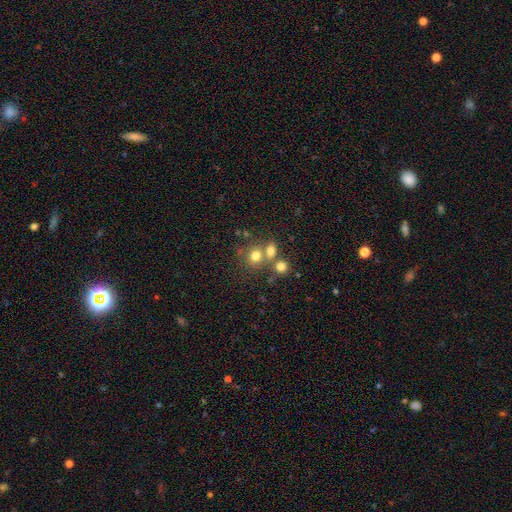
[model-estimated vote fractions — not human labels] Smooth or featured?
  - smooth: 73% *
  - star or artifact: 15%
  - featured or disk: 12%
How rounded?
  - round: 77% *
  - in between: 22%
  - cigar-shaped: 1%
Merging?
  - none: 52% *
  - merger: 35%
  - minor disturbance: 9%
  - major disturbance: 4%